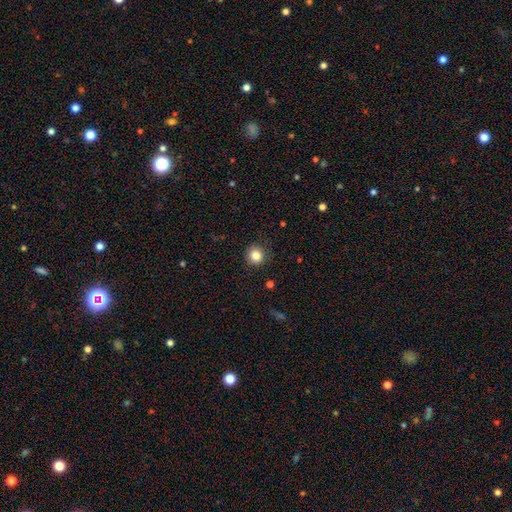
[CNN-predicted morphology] Smooth or featured?
  - smooth: 84% *
  - star or artifact: 11%
  - featured or disk: 6%
How rounded?
  - round: 92% *
  - in between: 7%
  - cigar-shaped: 1%
Merging?
  - none: 88% *
  - minor disturbance: 9%
  - major disturbance: 2%
  - merger: 1%